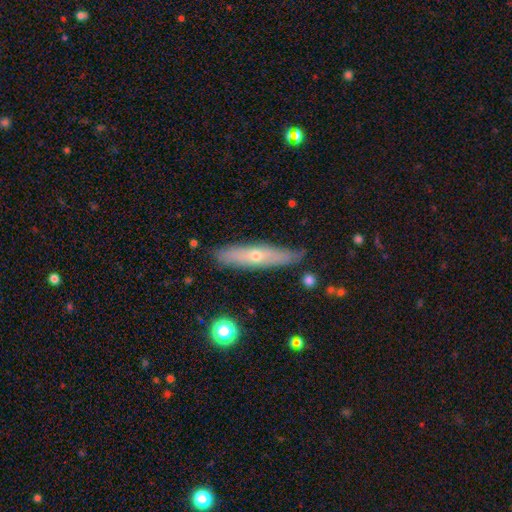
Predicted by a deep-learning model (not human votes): Smooth or featured?
  - featured or disk: 48% *
  - smooth: 45%
  - star or artifact: 7%
Merging?
  - none: 80% *
  - minor disturbance: 15%
  - major disturbance: 3%
  - merger: 2%